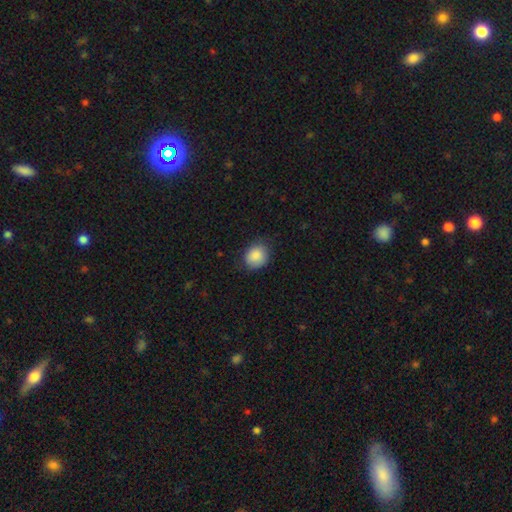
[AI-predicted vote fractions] Smooth or featured?
  - smooth: 88% *
  - star or artifact: 8%
  - featured or disk: 5%
How rounded?
  - round: 67% *
  - in between: 32%
  - cigar-shaped: 1%
Merging?
  - none: 76% *
  - minor disturbance: 19%
  - major disturbance: 4%
  - merger: 1%